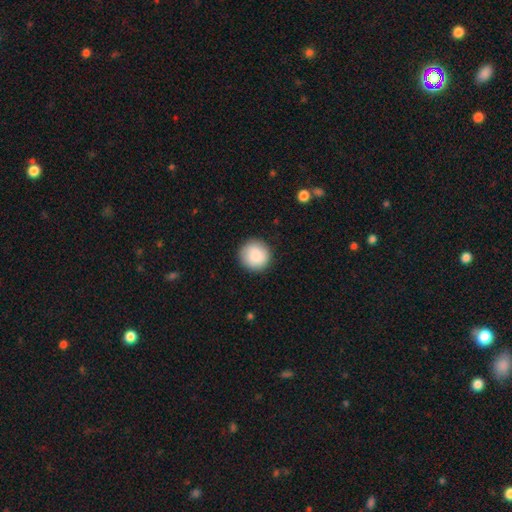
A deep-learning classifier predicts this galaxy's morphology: A smooth galaxy with no disk features (86%) that is round (95%).

Vote fractions:
- Smooth or featured? smooth: 86% / featured or disk: 8% / star or artifact: 6%
- How rounded? round: 95% / in between: 4% / cigar-shaped: 1%
- Merging? none: 90% / minor disturbance: 7% / major disturbance: 2% / merger: 1%